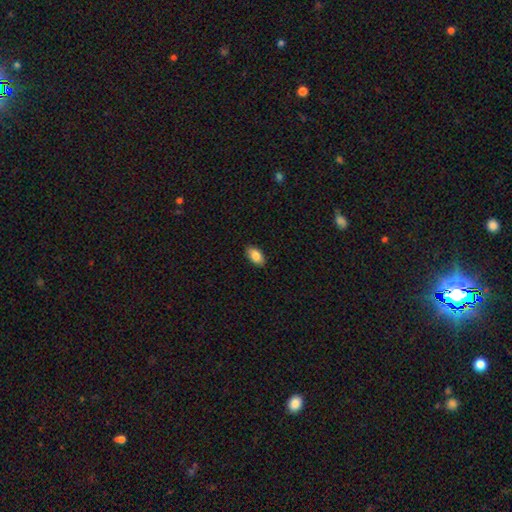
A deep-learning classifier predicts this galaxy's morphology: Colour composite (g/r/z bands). It shows a smooth galaxy with no disk features (86%) that is in between round and cigar-shaped (94%). Merging: none (89%).